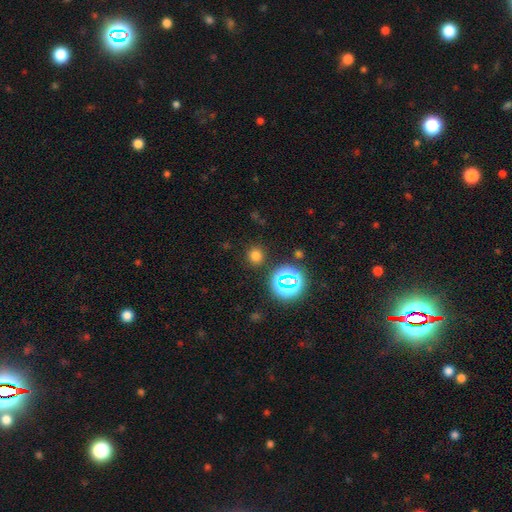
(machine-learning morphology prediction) The model was most divided on "smooth or featured": smooth: 70%, star or artifact: 25%, featured or disk: 5%. More confident: how rounded — round (90%); merging — none (87%).